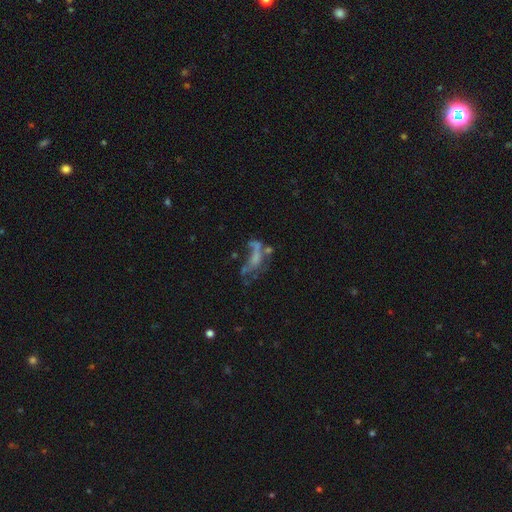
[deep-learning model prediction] Q: Smooth or featured?
A: featured or disk (51%); runner-up: smooth (30%)
Q: Edge-on disk?
A: no (92%); runner-up: yes (8%)
Q: Merging?
A: major disturbance (35%); runner-up: merger (26%)